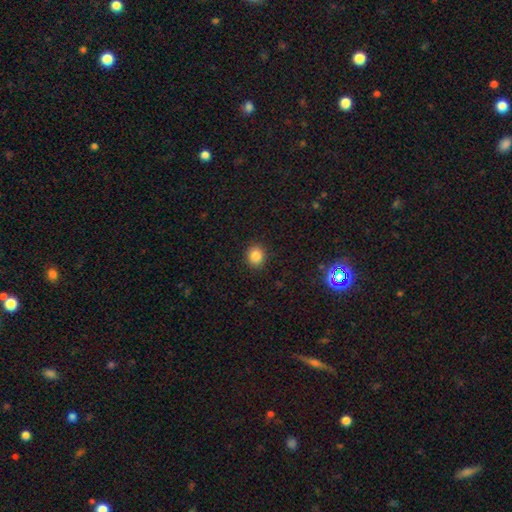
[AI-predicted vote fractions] Smooth or featured? Predicted: smooth (p=0.84). How rounded? Predicted: round (p=0.80). Merging? Predicted: none (p=0.91).